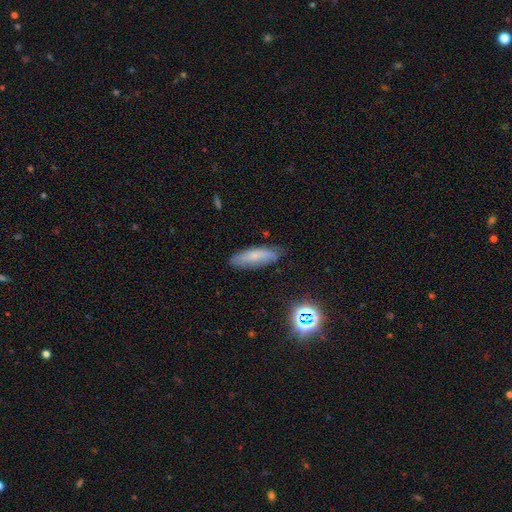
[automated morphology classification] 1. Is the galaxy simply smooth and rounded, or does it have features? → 62% smooth, 27% featured or disk, 11% star or artifact.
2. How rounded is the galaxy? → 53% in between, 45% cigar-shaped, 3% round.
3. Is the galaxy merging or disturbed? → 74% none, 20% minor disturbance, 4% major disturbance, 2% merger.